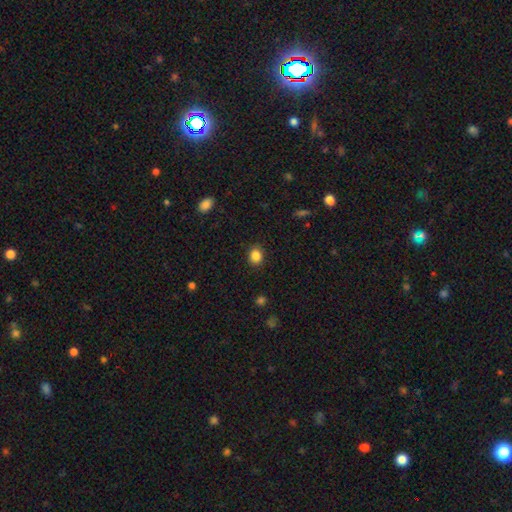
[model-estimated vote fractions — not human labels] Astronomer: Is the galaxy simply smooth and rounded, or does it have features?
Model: smooth — 86%.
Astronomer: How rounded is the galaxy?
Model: round — 64%.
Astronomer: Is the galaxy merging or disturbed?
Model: none — 89%.